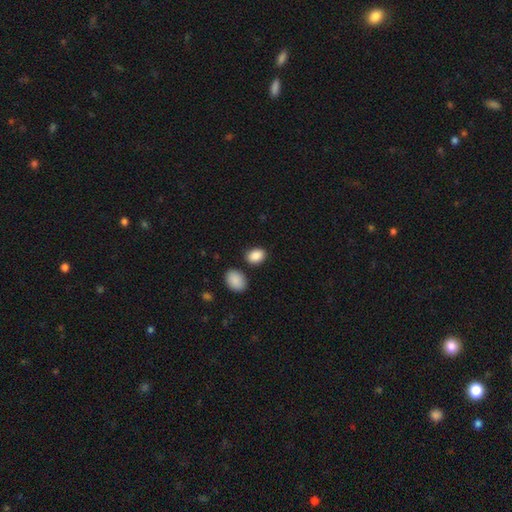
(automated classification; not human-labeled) Smooth or featured?
  - smooth: 89% *
  - star or artifact: 8%
  - featured or disk: 4%
How rounded?
  - in between: 76% *
  - round: 23%
  - cigar-shaped: 1%
Merging?
  - none: 80% *
  - minor disturbance: 11%
  - merger: 6%
  - major disturbance: 3%